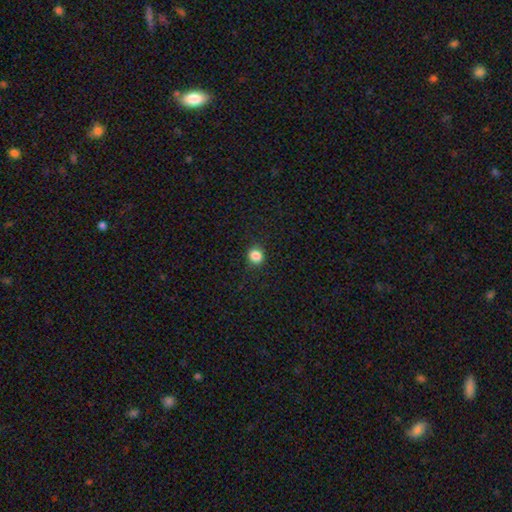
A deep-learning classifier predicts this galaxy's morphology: This is clearly a smooth galaxy (85%). How rounded: clearly round (88%). Merging: clearly none (89%).